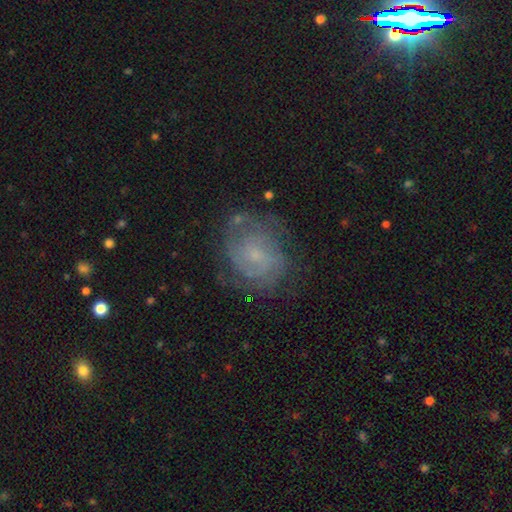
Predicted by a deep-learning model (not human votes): smooth_or_featured: featured or disk (p=0.68) [alt: smooth p=0.21]
disk_edge_on: no (p=0.98) [alt: yes p=0.02]
bar: no (p=0.61) [alt: weak p=0.34]
has_spiral_arms: yes (p=0.87) [alt: no p=0.13]
spiral_winding: tight (p=0.54) [alt: medium p=0.35]
spiral_arm_count: can't tell (p=0.40) [alt: 2 p=0.35]
bulge_size: small (p=0.64) [alt: moderate p=0.20]
merging: none (p=0.70) [alt: minor disturbance p=0.19]